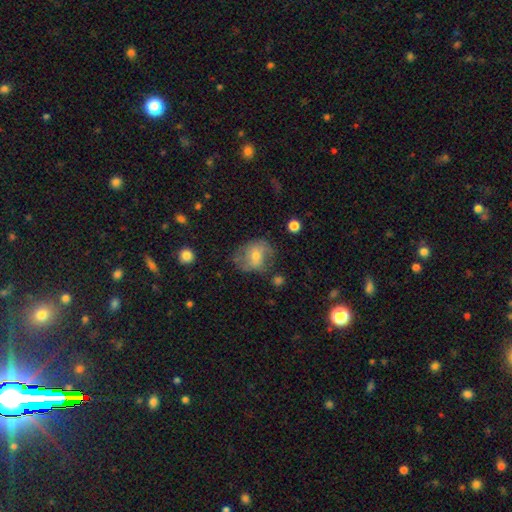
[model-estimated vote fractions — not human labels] The model was most divided on "how rounded": in between: 51%, round: 48%, cigar-shaped: 1%. More confident: merging — none (53%); smooth or featured — smooth (50%).